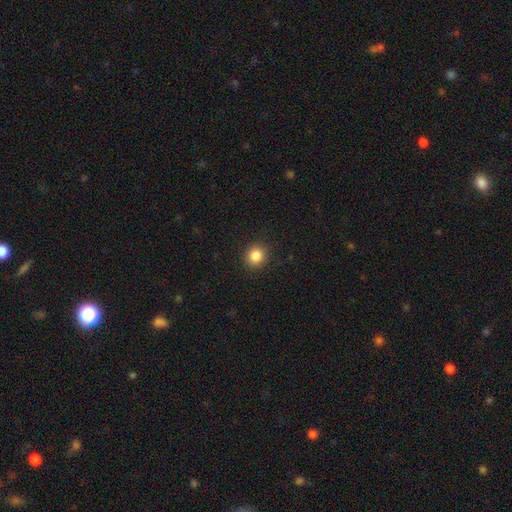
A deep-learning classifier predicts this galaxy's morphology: Smooth or featured: smooth — 85% (star or artifact — 11%)
How rounded: round — 89% (in between — 10%)
Merging: none — 91% (minor disturbance — 6%)